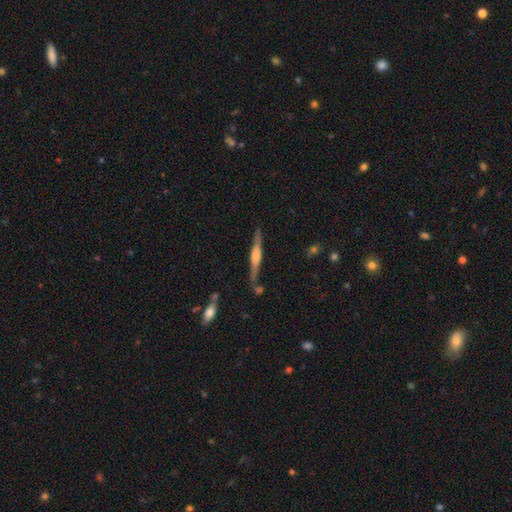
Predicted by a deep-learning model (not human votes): This is likely a featured or disk galaxy (75%). It is clearly viewed edge-on (98%). Edge-on bulge: likely rounded (76%). Merging: clearly none (83%).